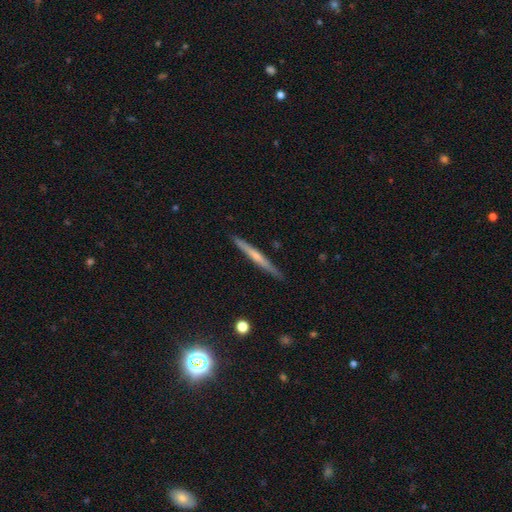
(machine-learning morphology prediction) smooth_or_featured: featured or disk (p=0.54) [alt: smooth p=0.40]
disk_edge_on: yes (p=0.97) [alt: no p=0.03]
edge_on_bulge: none (p=0.57) [alt: rounded p=0.35]
merging: none (p=0.89) [alt: minor disturbance p=0.08]